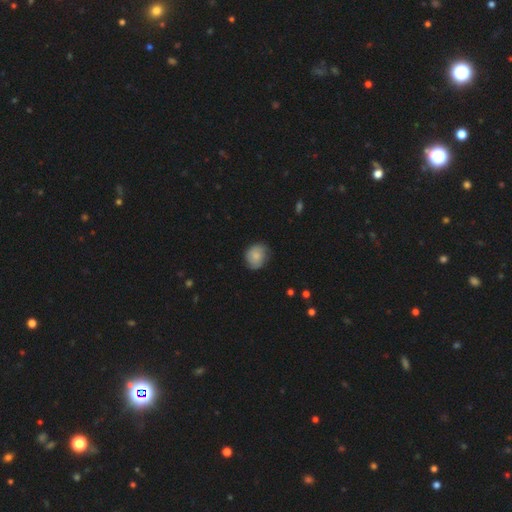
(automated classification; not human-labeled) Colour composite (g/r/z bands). It shows a smooth galaxy with no disk features (70%) that is round (70%). Merging: none (73%).